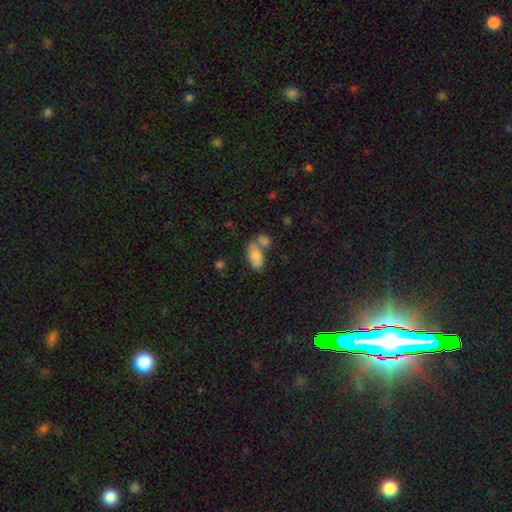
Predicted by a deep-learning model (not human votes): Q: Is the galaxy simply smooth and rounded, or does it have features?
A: smooth — 82%.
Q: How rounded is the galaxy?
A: in between — 93%.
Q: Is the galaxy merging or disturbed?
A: merger — 42%.